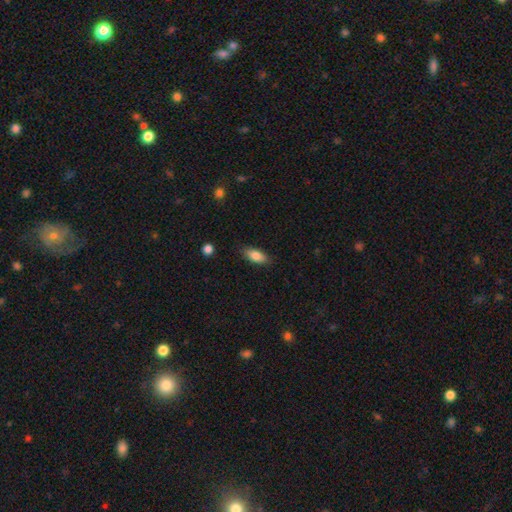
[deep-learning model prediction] A smooth galaxy with no disk features (82%) that is in between round and cigar-shaped (83%). Merging: none (84%).